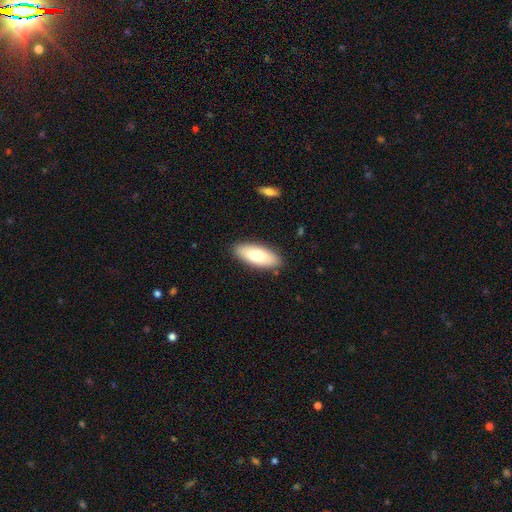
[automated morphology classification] Overall: smooth (75%). How rounded: in between (79%). Merging: none (87%).